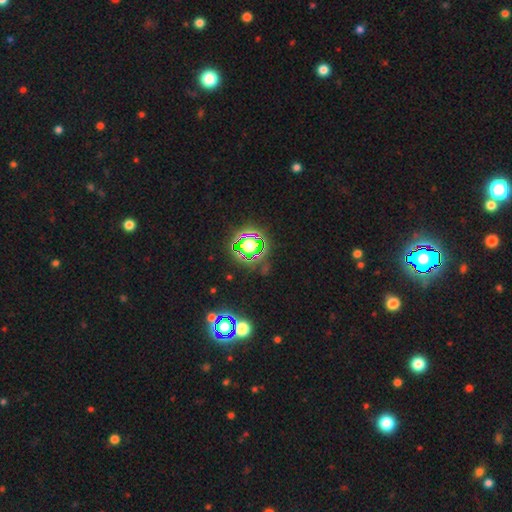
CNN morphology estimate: Smooth or featured? Predicted: star or artifact (p=0.79).